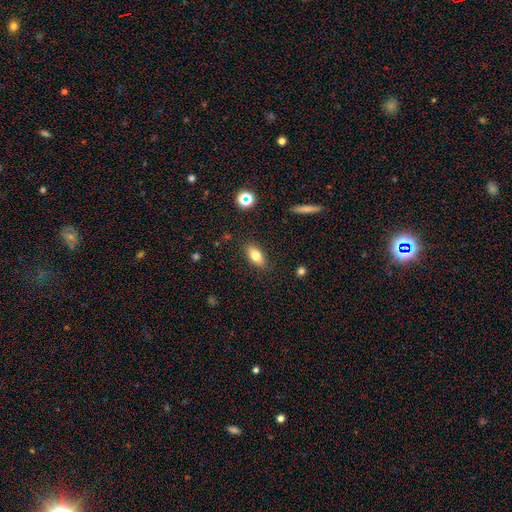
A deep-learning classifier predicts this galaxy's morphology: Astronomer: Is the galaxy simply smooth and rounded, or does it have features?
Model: smooth — 78%.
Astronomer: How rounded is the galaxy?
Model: in between — 84%.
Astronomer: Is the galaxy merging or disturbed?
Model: none — 86%.